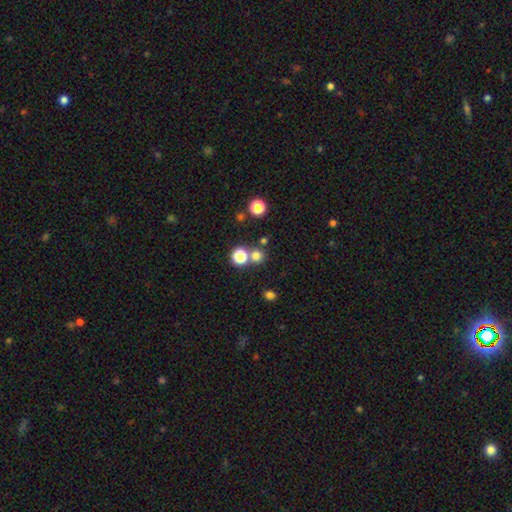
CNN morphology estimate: Smooth or featured? smooth (72%)
How rounded? round (90%)
Merging? none (68%)